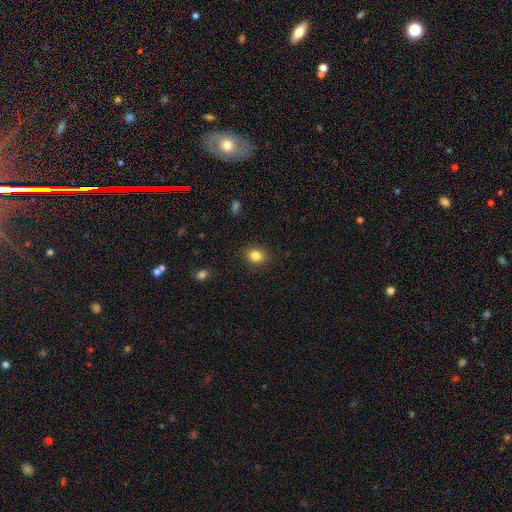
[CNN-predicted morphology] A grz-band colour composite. It shows a smooth galaxy with no disk features (84%) that is round (51%). Merging: none (89%).